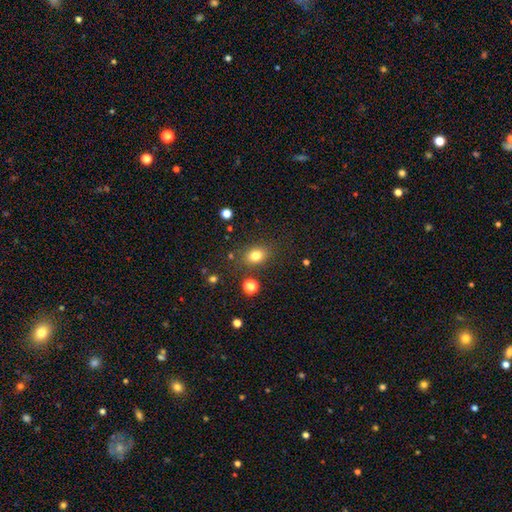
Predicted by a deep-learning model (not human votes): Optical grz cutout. It shows a smooth galaxy with no disk features (79%) that is in between round and cigar-shaped (59%). Merging: none (79%).